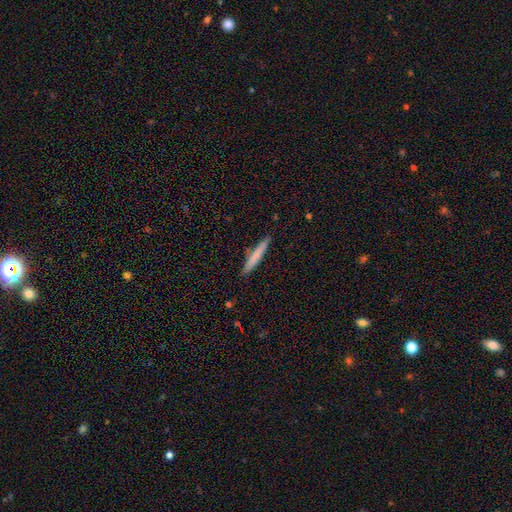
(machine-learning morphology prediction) smooth-or-featured: smooth: 70% | featured or disk: 24% | star or artifact: 6%
  how-rounded: cigar-shaped: 95% | in between: 4% | round: 1%
  merging: none: 89% | minor disturbance: 8% | merger: 2% | major disturbance: 2%